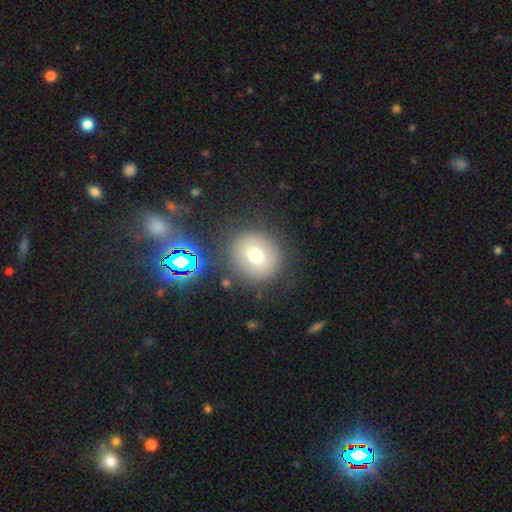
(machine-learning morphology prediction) smooth-or-featured: smooth: 68% | star or artifact: 17% | featured or disk: 15%
  how-rounded: round: 86% | in between: 13% | cigar-shaped: 1%
  merging: none: 81% | minor disturbance: 10% | major disturbance: 5% | merger: 4%